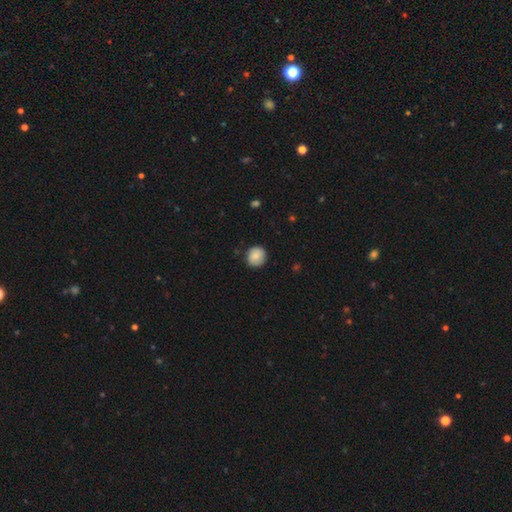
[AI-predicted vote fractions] Overall: smooth (81%). How rounded: round (87%). Merging: none (83%).